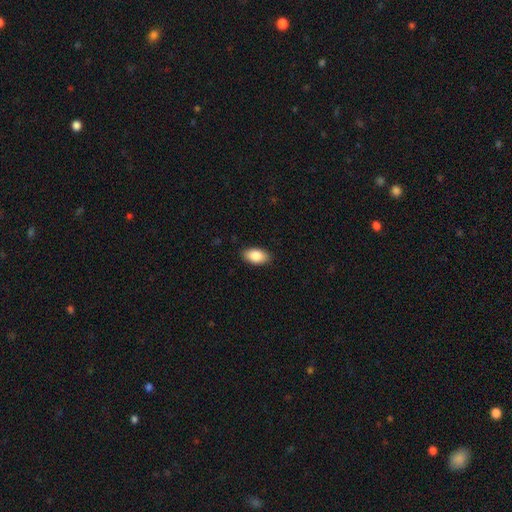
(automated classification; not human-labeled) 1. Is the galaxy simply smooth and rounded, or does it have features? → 87% smooth, 7% star or artifact, 7% featured or disk.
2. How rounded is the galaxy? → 94% in between, 4% round, 2% cigar-shaped.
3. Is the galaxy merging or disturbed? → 89% none, 8% minor disturbance, 2% major disturbance, 1% merger.